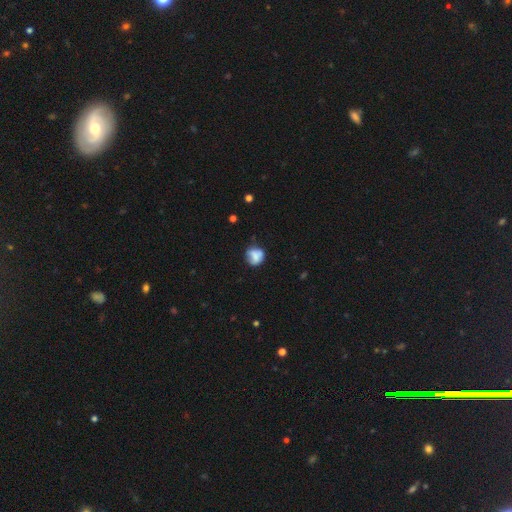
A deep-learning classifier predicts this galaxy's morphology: A smooth galaxy with no disk features (68%) that is round (75%).

Vote fractions:
- Smooth or featured? smooth: 68% / featured or disk: 22% / star or artifact: 9%
- How rounded? round: 75% / in between: 24% / cigar-shaped: 1%
- Merging? none: 54% / minor disturbance: 28% / major disturbance: 10% / merger: 8%